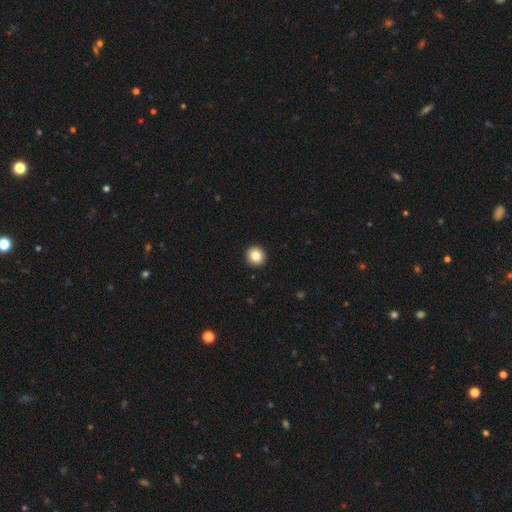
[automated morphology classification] Smooth or featured? Predicted: smooth (p=0.85). How rounded? Predicted: round (p=0.92). Merging? Predicted: none (p=0.93).